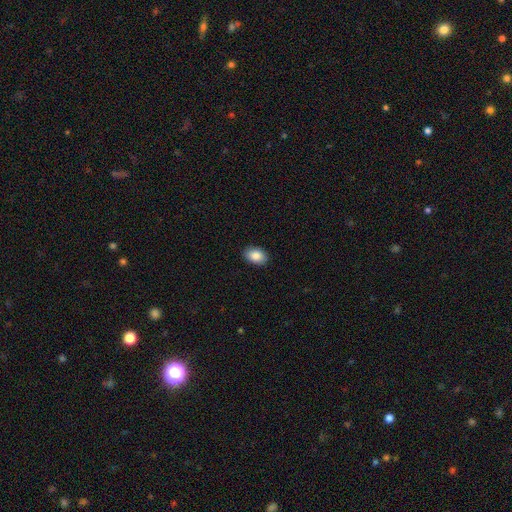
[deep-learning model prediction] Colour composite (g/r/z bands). It shows a smooth galaxy with no disk features (87%) that is in between round and cigar-shaped (85%). Merging: none (89%).